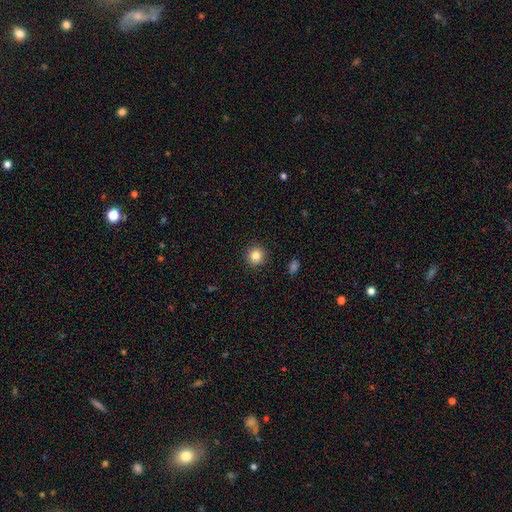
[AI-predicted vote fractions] This appears to be a smooth galaxy with no disk features (84%) that is round (92%). Merging: none (92%).